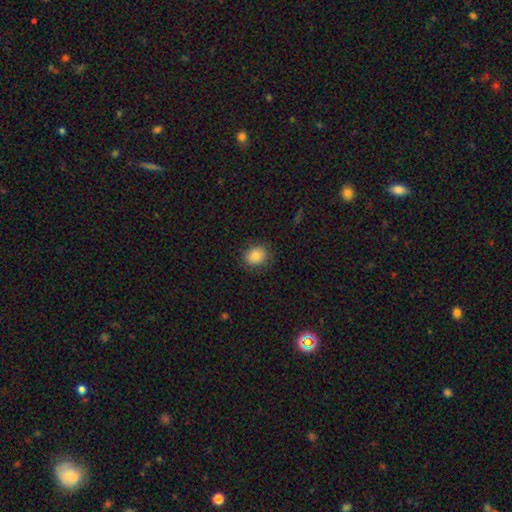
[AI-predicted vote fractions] This appears to be a smooth galaxy with no disk features (85%) that is round (62%). Merging: none (86%).